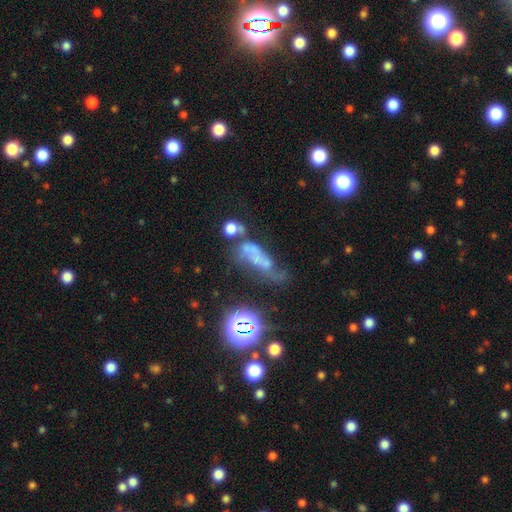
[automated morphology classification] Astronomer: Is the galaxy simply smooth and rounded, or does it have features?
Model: featured or disk — 42% (runner-up: smooth, 31%).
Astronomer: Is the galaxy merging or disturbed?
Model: major disturbance — 30% (runner-up: merger, 26%).